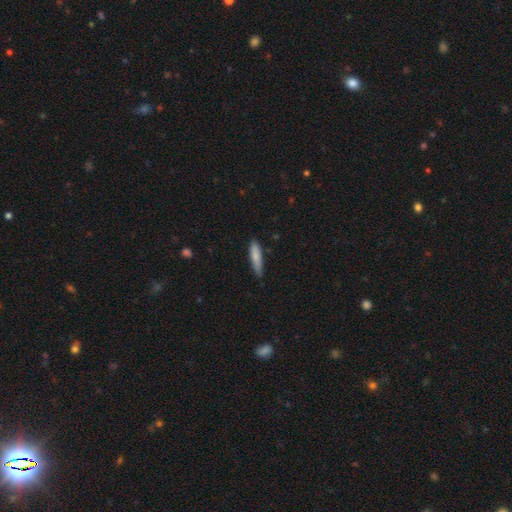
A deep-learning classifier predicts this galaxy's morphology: Q: Smooth or featured?
A: smooth (82%); runner-up: featured or disk (13%)
Q: How rounded?
A: cigar-shaped (80%); runner-up: in between (18%)
Q: Merging?
A: none (78%); runner-up: minor disturbance (18%)